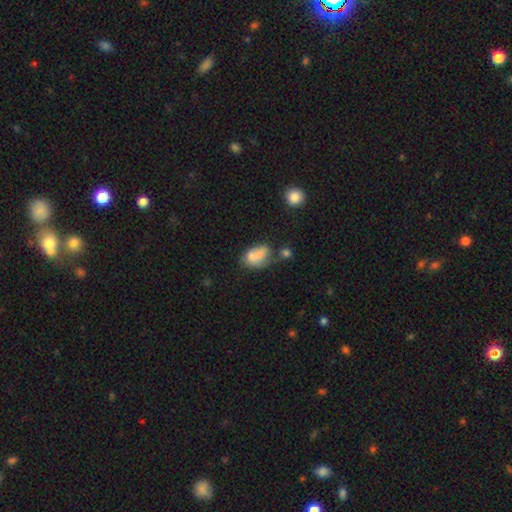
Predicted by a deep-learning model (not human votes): Smooth or featured? Predicted: smooth (p=0.70). How rounded? Predicted: in between (p=0.83). Merging? Predicted: merger (p=0.37).